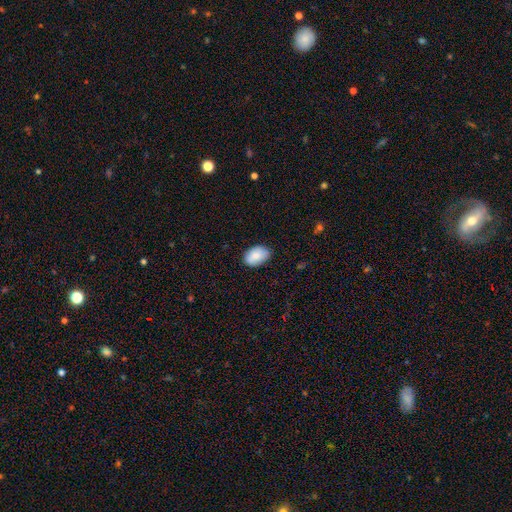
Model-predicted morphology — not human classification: Smooth or featured? smooth (85%)
How rounded? in between (87%)
Merging? none (83%)